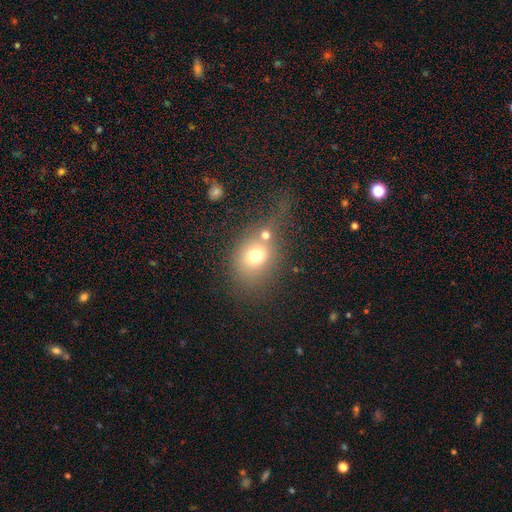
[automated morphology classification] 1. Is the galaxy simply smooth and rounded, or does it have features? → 70% smooth, 17% featured or disk, 13% star or artifact.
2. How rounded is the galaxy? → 51% round, 48% in between, 1% cigar-shaped.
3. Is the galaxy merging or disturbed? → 40% merger, 34% none, 13% major disturbance, 12% minor disturbance.